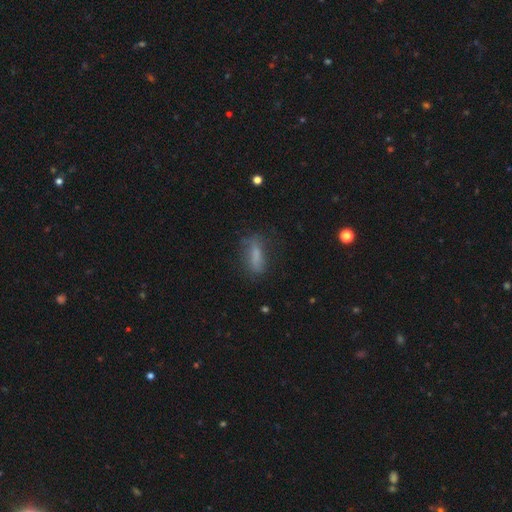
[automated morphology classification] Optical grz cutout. It shows a smooth galaxy with no disk features (66%) that is in between round and cigar-shaped (48%, tied with cigar-shaped). Merging: none (62%).